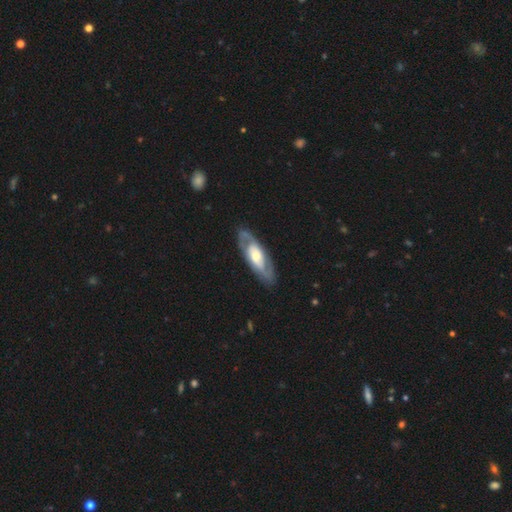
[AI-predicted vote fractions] Q: Smooth or featured?
A: featured or disk (75%); runner-up: smooth (21%)
Q: Edge-on disk?
A: no (83%); runner-up: yes (17%)
Q: Bar?
A: no (57%); runner-up: weak (29%)
Q: Spiral arms?
A: yes (77%); runner-up: no (23%)
Q: Bulge size?
A: moderate (58%); runner-up: large (20%)
Q: Merging?
A: none (83%); runner-up: minor disturbance (11%)